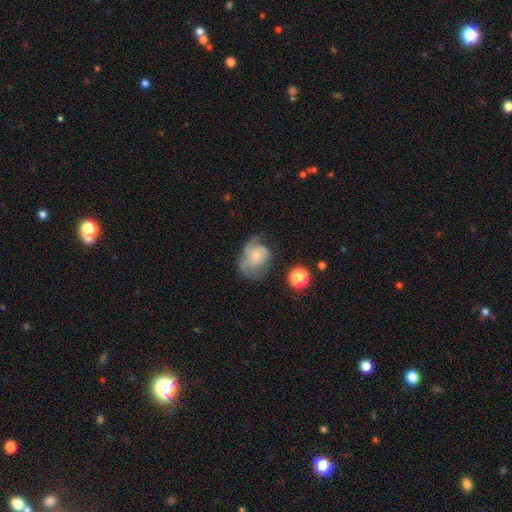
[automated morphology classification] featured or disk 59%, smooth 33%, star or artifact 8%. Down the decision tree: edge-on disk — no (97%); bar — no (76%); spiral arms — yes (80%); bulge size — small (58%); merging — none (34%).